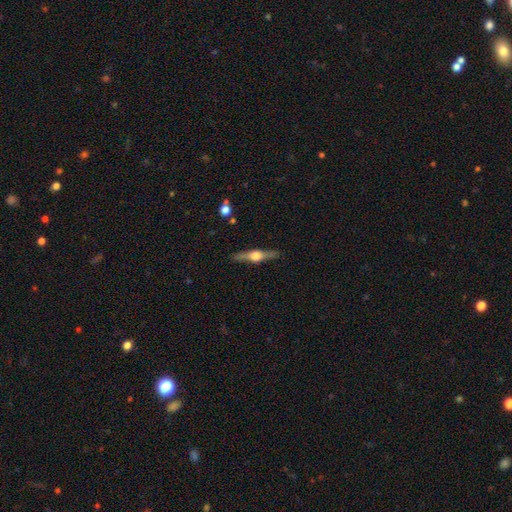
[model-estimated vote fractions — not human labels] Q: Smooth or featured?
A: featured or disk (76%); runner-up: smooth (19%)
Q: Edge-on disk?
A: yes (97%); runner-up: no (3%)
Q: Edge-on bulge?
A: rounded (94%); runner-up: boxy (4%)
Q: Merging?
A: none (89%); runner-up: minor disturbance (8%)